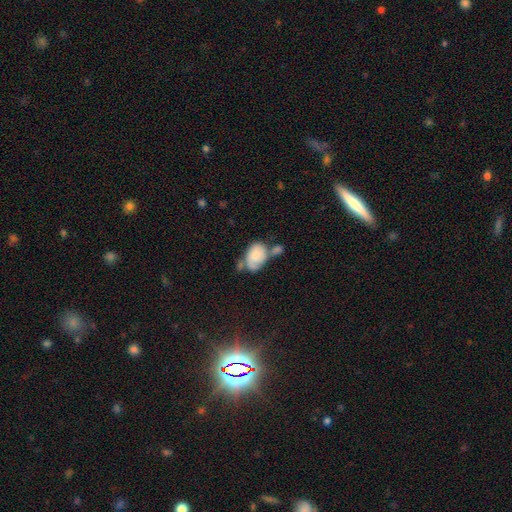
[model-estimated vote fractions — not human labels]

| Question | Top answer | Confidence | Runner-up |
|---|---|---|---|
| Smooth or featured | smooth | 67% | featured or disk (26%) |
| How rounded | in between | 83% | round (15%) |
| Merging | merger | 37% | none (27%) |